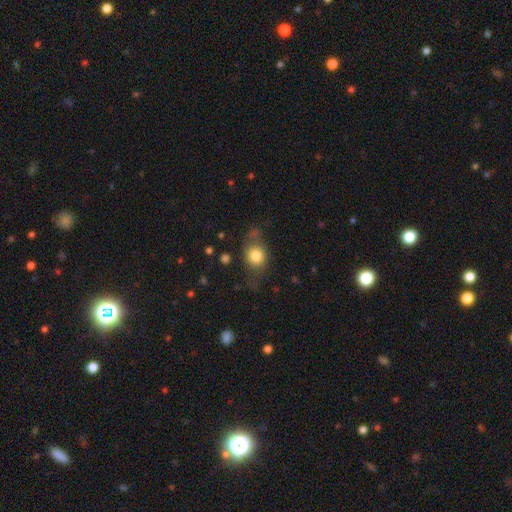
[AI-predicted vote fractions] Smooth or featured? smooth (77%)
How rounded? round (56%)
Merging? none (57%)